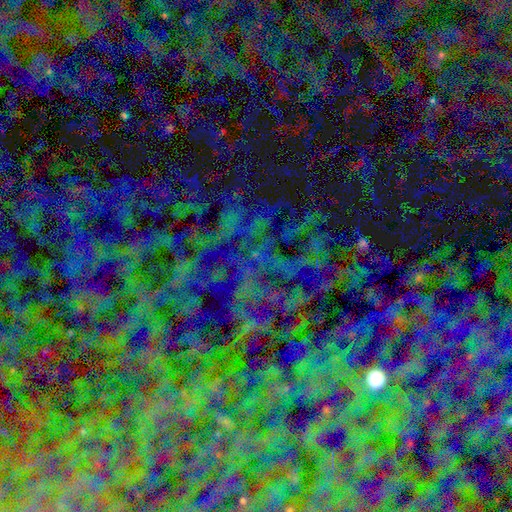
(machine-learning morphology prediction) A star or artifact, not a galaxy (82%).

Vote fractions:
- Smooth or featured? star or artifact: 82% / smooth: 10% / featured or disk: 8%